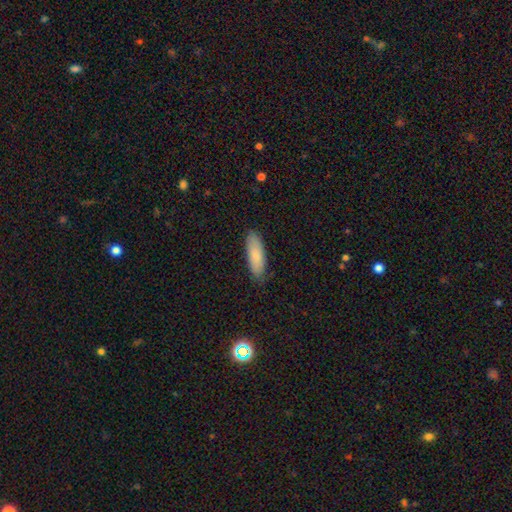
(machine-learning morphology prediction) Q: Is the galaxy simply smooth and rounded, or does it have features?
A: smooth — 81%.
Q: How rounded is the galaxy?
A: in between — 57%.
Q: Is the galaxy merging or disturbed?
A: none — 84%.